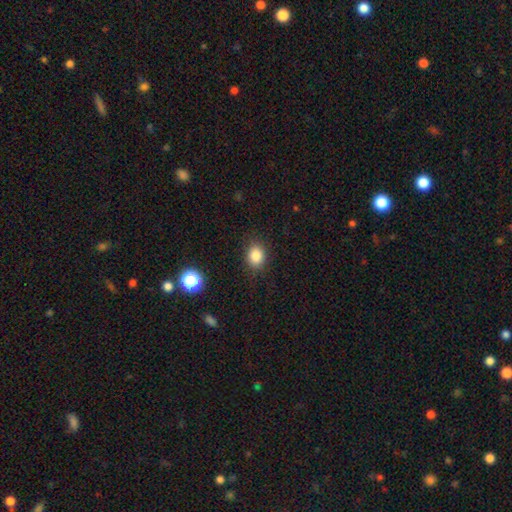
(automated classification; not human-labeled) smooth_or_featured: smooth (p=0.84) [alt: star or artifact p=0.11]
how_rounded: in between (p=0.58) [alt: round p=0.41]
merging: none (p=0.85) [alt: minor disturbance p=0.11]